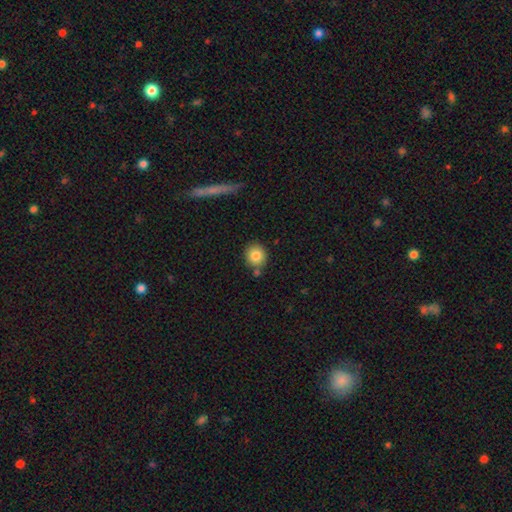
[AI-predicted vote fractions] smooth_or_featured: smooth (p=0.83) [alt: star or artifact p=0.09]
how_rounded: round (p=0.84) [alt: in between p=0.15]
merging: none (p=0.75) [alt: minor disturbance p=0.11]